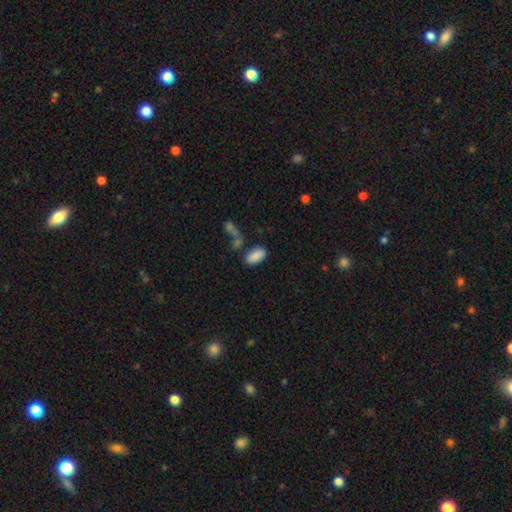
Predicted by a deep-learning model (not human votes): Smooth or featured: smooth — 87% (star or artifact — 8%)
How rounded: in between — 94% (round — 3%)
Merging: none — 75% (minor disturbance — 13%)